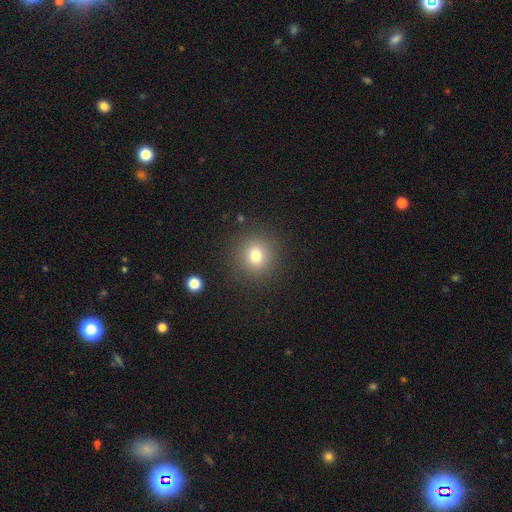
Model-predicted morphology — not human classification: Smooth or featured? smooth (75%)
How rounded? round (92%)
Merging? none (89%)